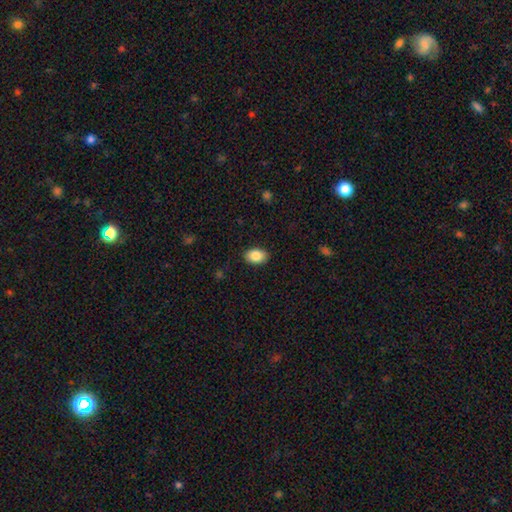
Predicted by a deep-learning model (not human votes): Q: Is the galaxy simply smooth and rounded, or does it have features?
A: smooth — 86%.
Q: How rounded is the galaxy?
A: in between — 83%.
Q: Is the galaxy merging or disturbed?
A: none — 88%.